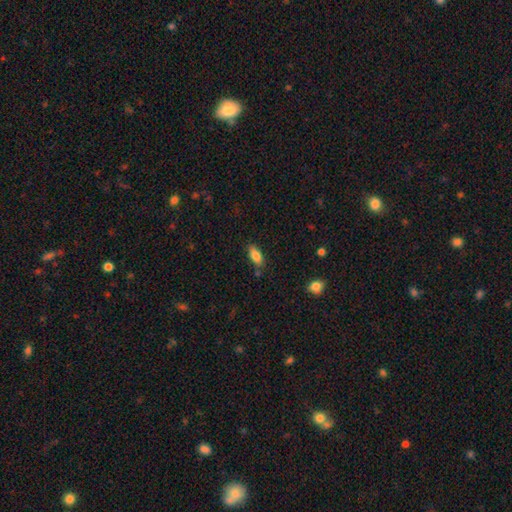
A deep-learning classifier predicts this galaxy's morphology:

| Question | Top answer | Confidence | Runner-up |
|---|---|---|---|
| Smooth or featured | smooth | 85% | star or artifact (8%) |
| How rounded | in between | 85% | cigar-shaped (12%) |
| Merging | none | 77% | minor disturbance (15%) |